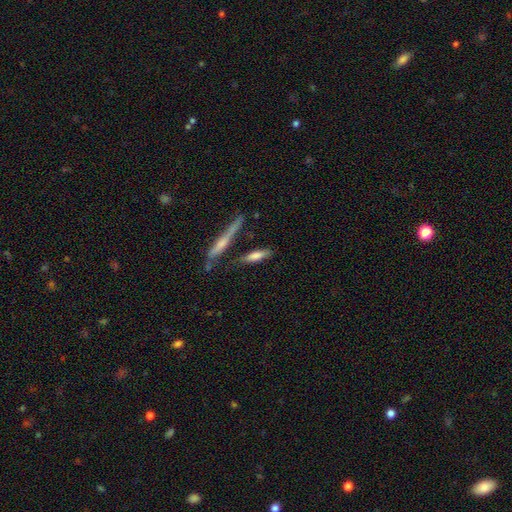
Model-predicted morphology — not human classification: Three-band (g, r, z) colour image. It shows a smooth galaxy with no disk features (70%) that is cigar-shaped (69%). Merging: none (65%).